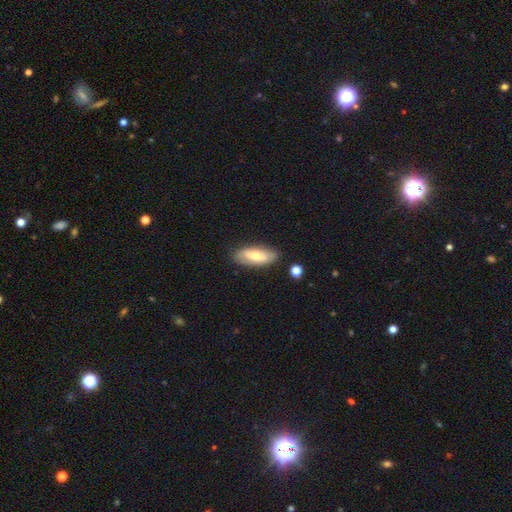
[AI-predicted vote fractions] Q: Smooth or featured?
A: smooth (61%); runner-up: featured or disk (33%)
Q: How rounded?
A: in between (79%); runner-up: cigar-shaped (19%)
Q: Merging?
A: none (81%); runner-up: minor disturbance (13%)